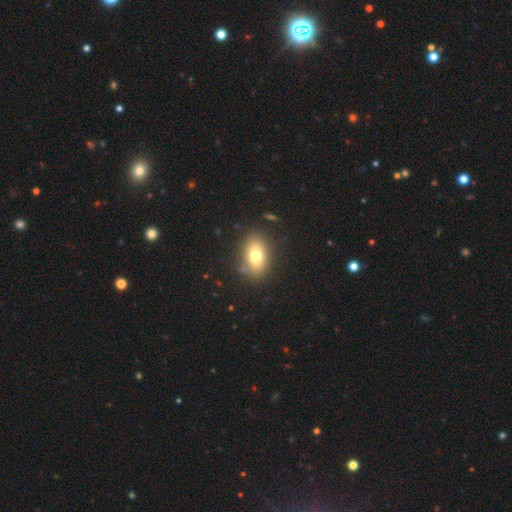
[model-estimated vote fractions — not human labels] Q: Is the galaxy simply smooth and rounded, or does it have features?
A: smooth — 72%.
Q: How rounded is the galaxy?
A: in between — 82%.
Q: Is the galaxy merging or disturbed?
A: none — 80%.